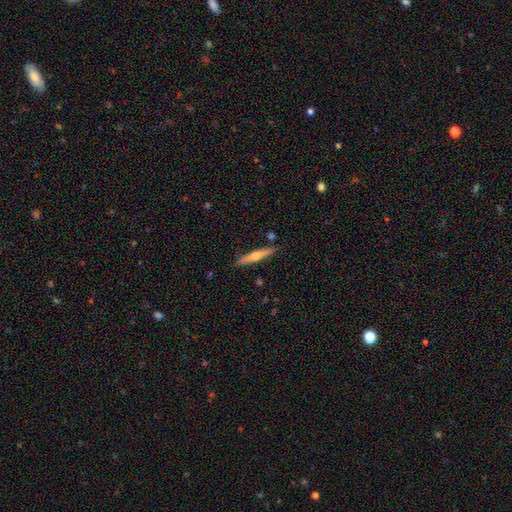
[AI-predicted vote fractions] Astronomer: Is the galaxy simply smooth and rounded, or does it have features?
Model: featured or disk — 60%.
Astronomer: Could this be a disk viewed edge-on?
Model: yes — 96%.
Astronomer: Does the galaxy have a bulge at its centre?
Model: rounded — 88%.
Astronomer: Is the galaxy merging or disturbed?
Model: none — 88%.